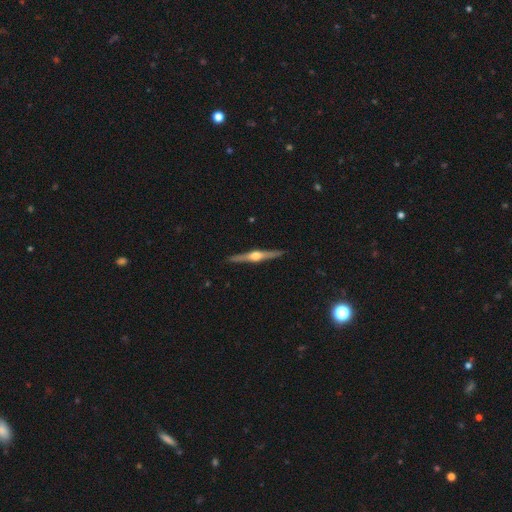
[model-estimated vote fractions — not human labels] smooth_or_featured: featured or disk (p=0.82) [alt: smooth p=0.13]
disk_edge_on: yes (p=0.98) [alt: no p=0.02]
edge_on_bulge: rounded (p=0.96) [alt: boxy p=0.03]
merging: none (p=0.92) [alt: minor disturbance p=0.06]